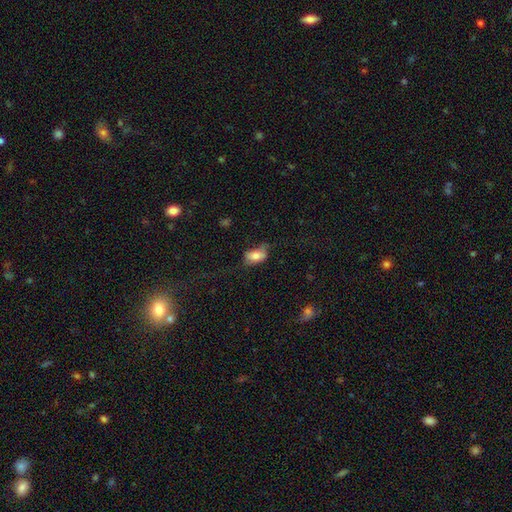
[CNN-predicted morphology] smooth 71%, featured or disk 21%, star or artifact 8%. Down the decision tree: how rounded — in between (89%); merging — none (46%).